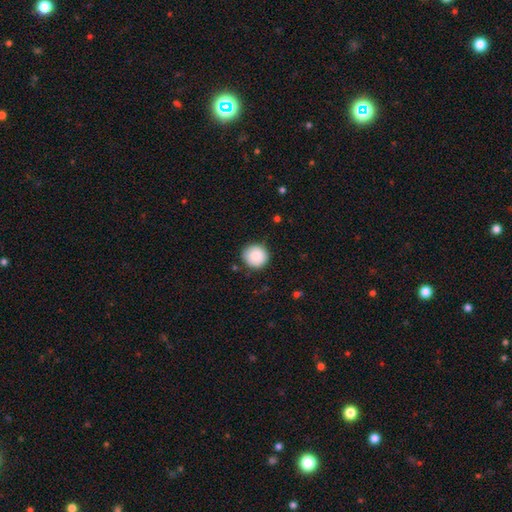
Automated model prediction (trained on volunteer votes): smooth 85%, star or artifact 8%, featured or disk 7%. Down the decision tree: how rounded — round (94%); merging — none (86%).